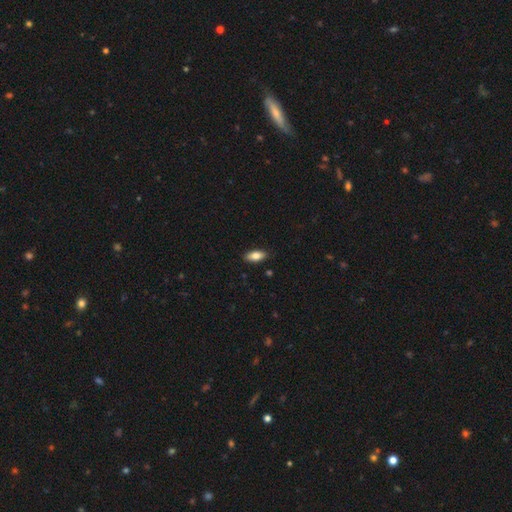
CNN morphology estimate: This is clearly a smooth galaxy (82%). How rounded: clearly in between (86%). Merging: clearly none (88%).